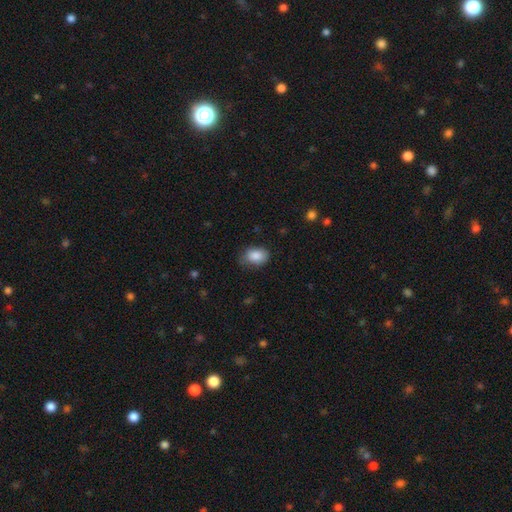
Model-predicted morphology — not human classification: smooth_or_featured: smooth (p=0.87) [alt: star or artifact p=0.08]
how_rounded: in between (p=0.80) [alt: round p=0.19]
merging: none (p=0.69) [alt: minor disturbance p=0.25]